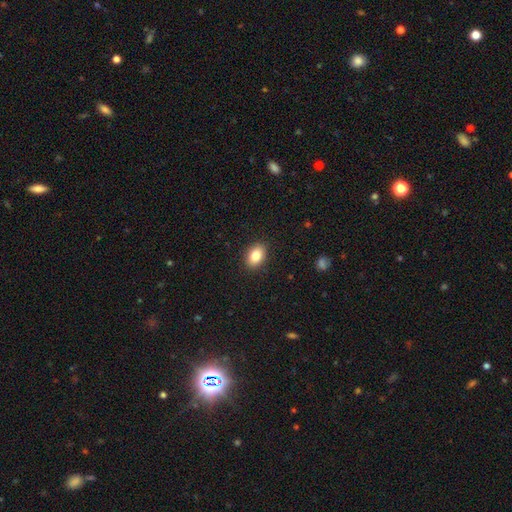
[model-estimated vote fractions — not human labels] Smooth or featured? smooth (84%)
How rounded? in between (80%)
Merging? none (90%)